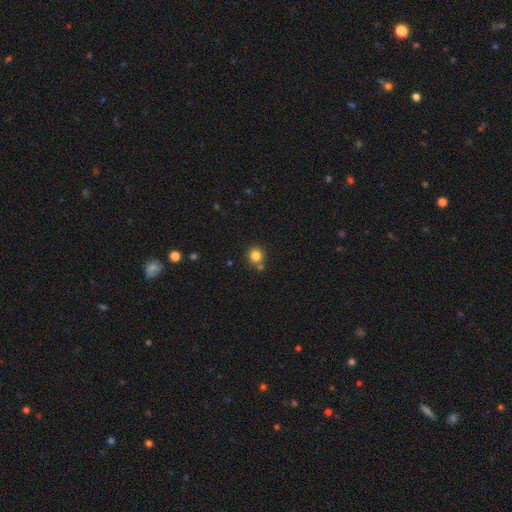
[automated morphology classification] Smooth or featured? smooth (83%)
How rounded? round (90%)
Merging? none (71%)